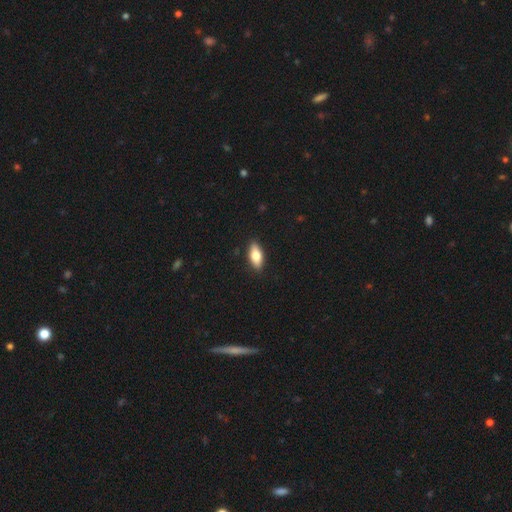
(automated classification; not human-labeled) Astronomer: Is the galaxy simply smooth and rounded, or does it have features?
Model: smooth — 72%.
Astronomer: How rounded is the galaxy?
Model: in between — 82%.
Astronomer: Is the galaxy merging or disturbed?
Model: none — 89%.